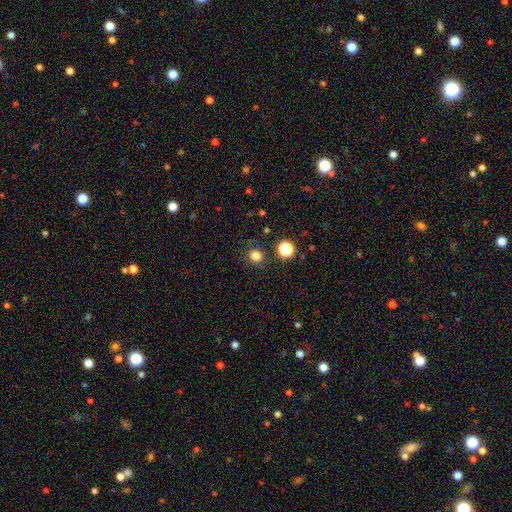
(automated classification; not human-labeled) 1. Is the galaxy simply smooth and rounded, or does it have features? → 79% smooth, 15% star or artifact, 5% featured or disk.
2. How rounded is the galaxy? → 88% round, 11% in between, 1% cigar-shaped.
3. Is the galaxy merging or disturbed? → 84% none, 9% minor disturbance, 3% major disturbance, 3% merger.